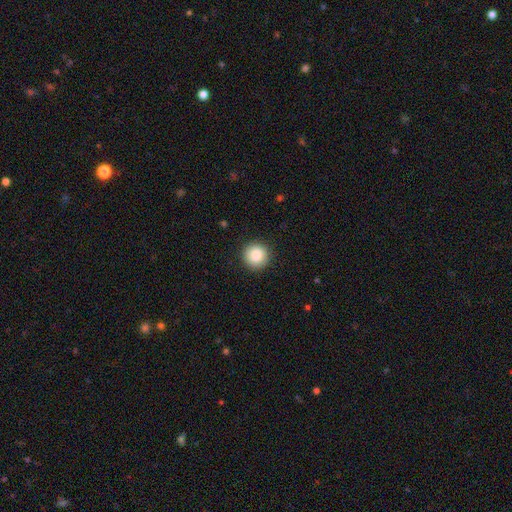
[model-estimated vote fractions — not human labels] Smooth or featured: smooth — 87% (star or artifact — 9%)
How rounded: round — 95% (in between — 4%)
Merging: none — 91% (minor disturbance — 6%)